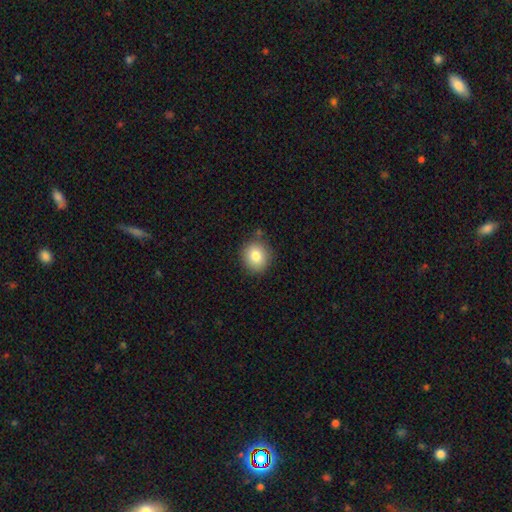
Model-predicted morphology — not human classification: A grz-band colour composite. It shows a smooth galaxy with no disk features (82%) that is round (84%). Merging: none (83%).